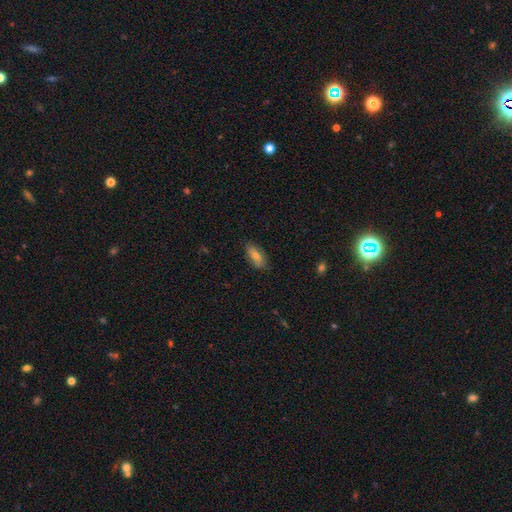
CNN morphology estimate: Smooth or featured?
  - smooth: 66% *
  - featured or disk: 25%
  - star or artifact: 9%
How rounded?
  - in between: 80% *
  - cigar-shaped: 16%
  - round: 3%
Merging?
  - none: 84% *
  - minor disturbance: 13%
  - major disturbance: 2%
  - merger: 1%